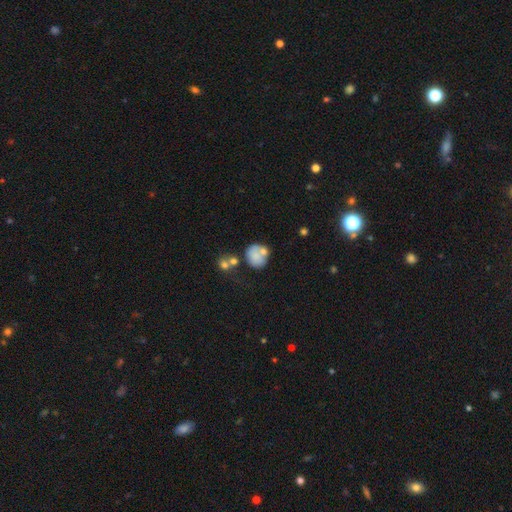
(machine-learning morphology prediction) smooth_or_featured: smooth (p=0.71) [alt: featured or disk p=0.20]
how_rounded: round (p=0.71) [alt: in between p=0.28]
merging: none (p=0.45) [alt: merger p=0.27]